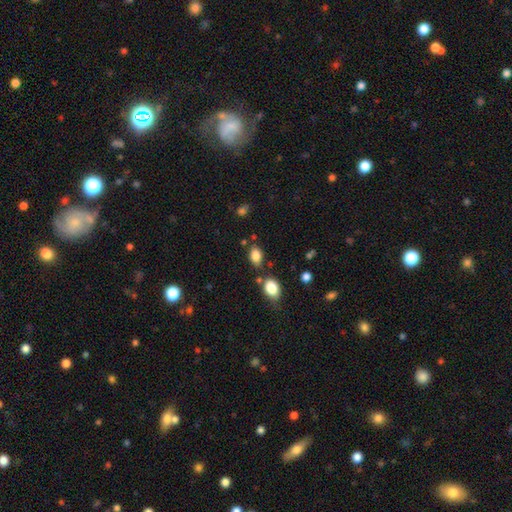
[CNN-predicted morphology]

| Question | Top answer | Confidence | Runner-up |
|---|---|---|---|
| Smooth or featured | smooth | 84% | star or artifact (10%) |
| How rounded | in between | 85% | round (13%) |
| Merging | none | 73% | minor disturbance (13%) |